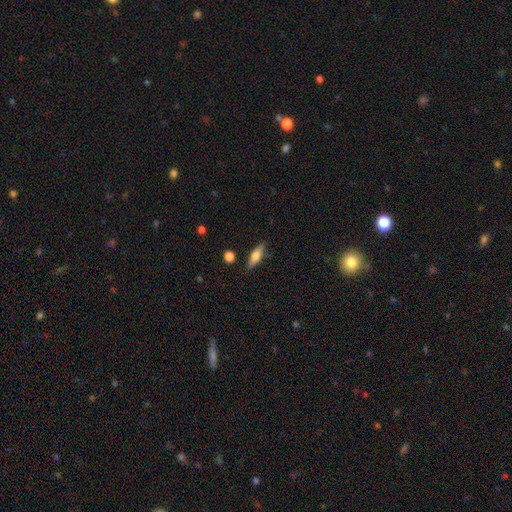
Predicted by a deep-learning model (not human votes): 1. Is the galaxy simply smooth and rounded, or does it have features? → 62% smooth, 31% featured or disk, 7% star or artifact.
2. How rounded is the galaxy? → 53% cigar-shaped, 44% in between, 3% round.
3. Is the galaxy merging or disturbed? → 83% none, 12% minor disturbance, 3% major disturbance, 2% merger.